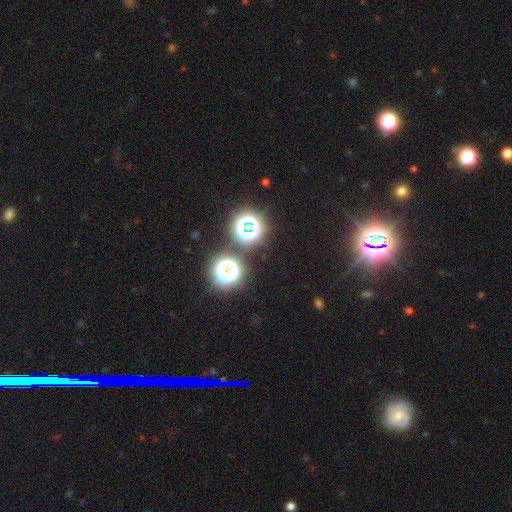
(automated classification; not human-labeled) Overall: star or artifact (71%).